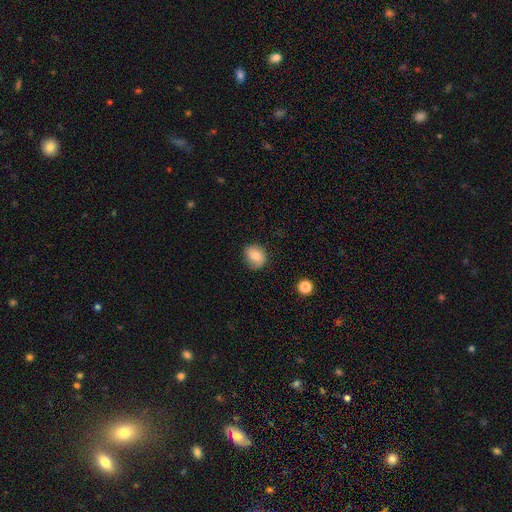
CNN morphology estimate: smooth_or_featured: smooth (p=0.78) [alt: featured or disk p=0.13]
how_rounded: round (p=0.66) [alt: in between p=0.33]
merging: none (p=0.80) [alt: minor disturbance p=0.15]